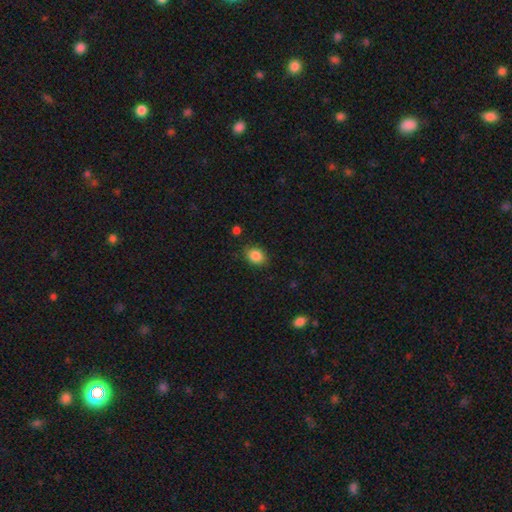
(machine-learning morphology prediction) Q: Smooth or featured?
A: smooth (86%); runner-up: star or artifact (9%)
Q: How rounded?
A: in between (57%); runner-up: round (42%)
Q: Merging?
A: none (82%); runner-up: minor disturbance (13%)